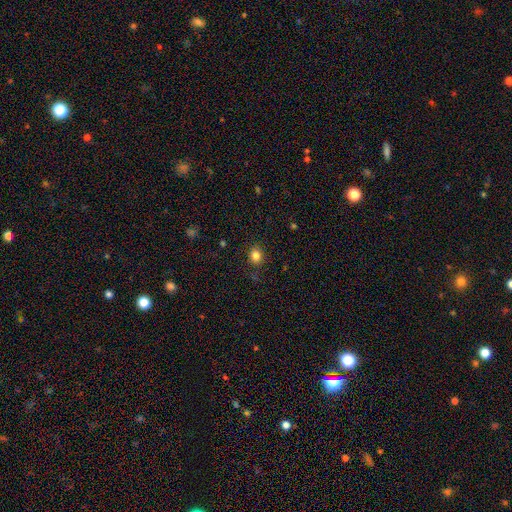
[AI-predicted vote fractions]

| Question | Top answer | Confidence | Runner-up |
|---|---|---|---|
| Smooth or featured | smooth | 83% | star or artifact (12%) |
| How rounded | round | 61% | in between (38%) |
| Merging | none | 86% | minor disturbance (10%) |